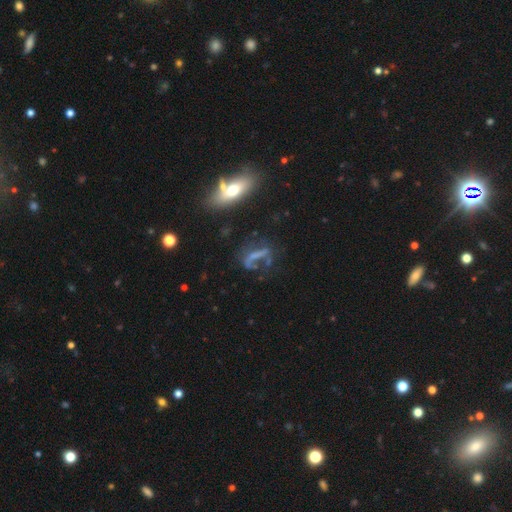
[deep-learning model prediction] Smooth or featured: featured or disk — 51% (smooth — 32%)
Edge-on disk: no — 78% (yes — 22%)
Merging: none — 40% (major disturbance — 30%)